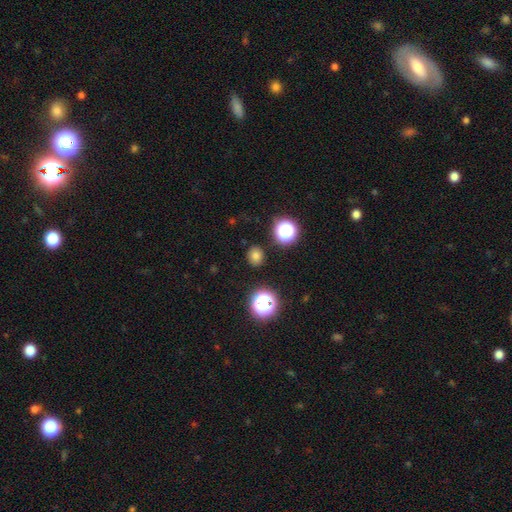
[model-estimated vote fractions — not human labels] A smooth galaxy with no disk features (75%) that is round (75%). Merging: none (88%).